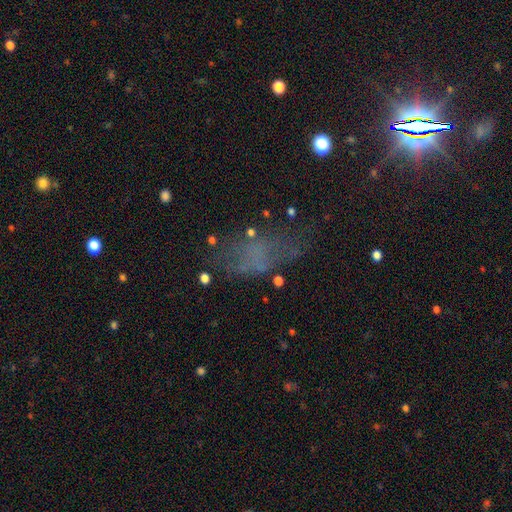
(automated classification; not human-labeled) Q: Smooth or featured?
A: smooth (43%); runner-up: featured or disk (29%)
Q: Merging?
A: none (48%); runner-up: major disturbance (26%)